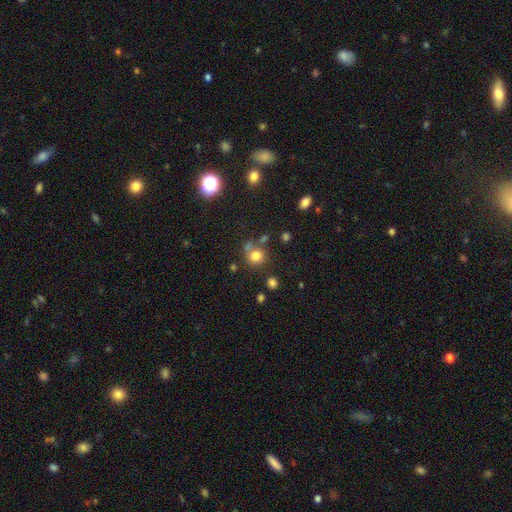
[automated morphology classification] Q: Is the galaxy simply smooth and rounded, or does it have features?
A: smooth — 78%.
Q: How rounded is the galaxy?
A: round — 87%.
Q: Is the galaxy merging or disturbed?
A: none — 62%.